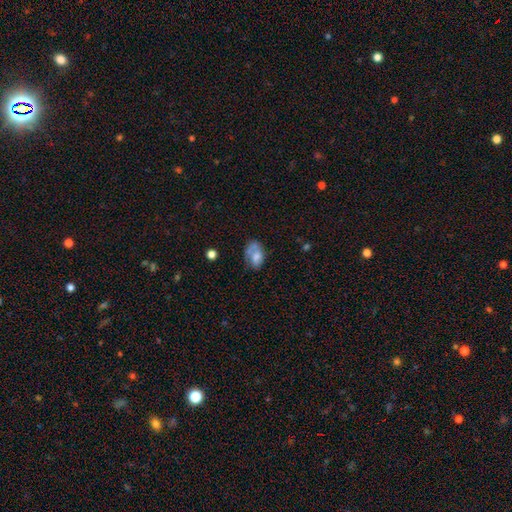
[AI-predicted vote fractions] This appears to be a smooth galaxy with no disk features (60%) that is in between round and cigar-shaped (85%). Merging: none (36%).